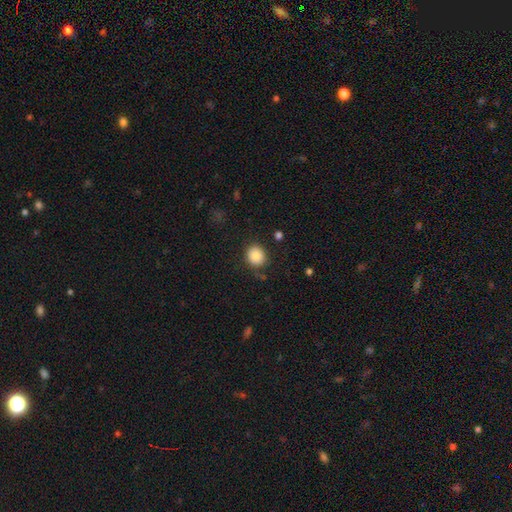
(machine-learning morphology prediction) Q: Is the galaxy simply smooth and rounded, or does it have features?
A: smooth — 86%.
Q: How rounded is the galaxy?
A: round — 80%.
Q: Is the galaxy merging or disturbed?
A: none — 83%.